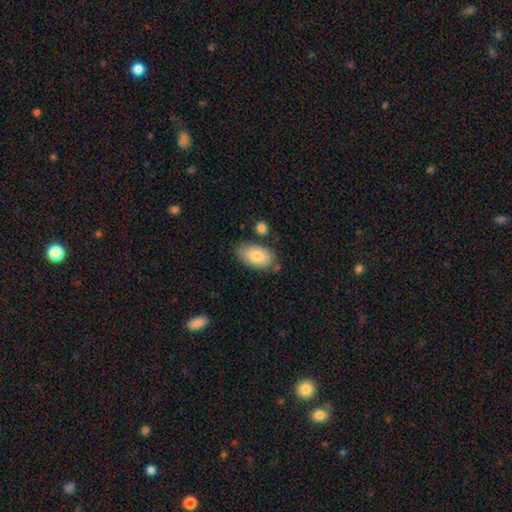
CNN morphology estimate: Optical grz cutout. It shows a smooth galaxy with no disk features (80%) that is in between round and cigar-shaped (94%). Merging: none (71%).